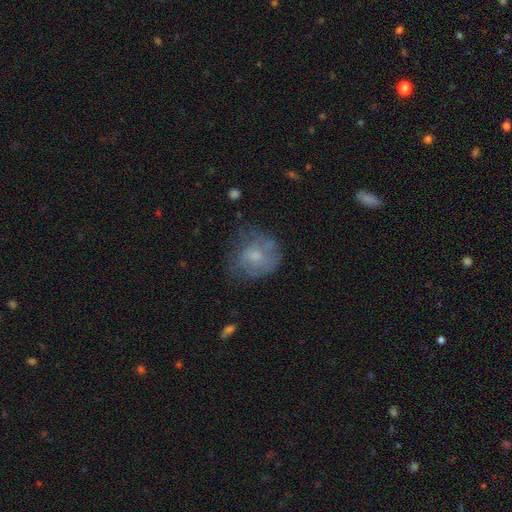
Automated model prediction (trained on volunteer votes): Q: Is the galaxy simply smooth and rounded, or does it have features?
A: smooth — 51%.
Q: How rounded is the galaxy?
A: round — 73%.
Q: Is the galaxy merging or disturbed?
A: none — 53%.